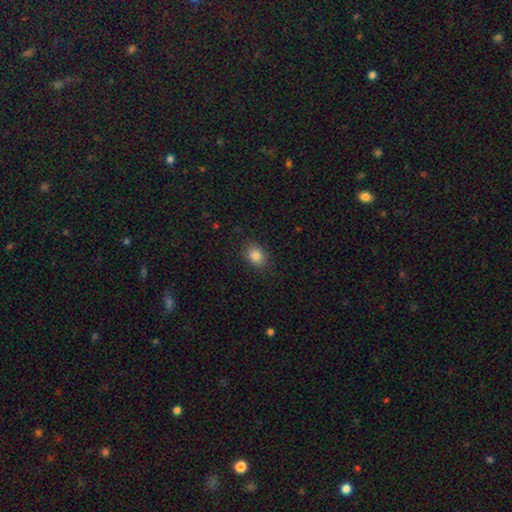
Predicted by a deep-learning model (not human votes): smooth-or-featured: smooth: 83% | star or artifact: 10% | featured or disk: 7%
  how-rounded: in between: 62% | round: 37% | cigar-shaped: 1%
  merging: none: 85% | minor disturbance: 11% | major disturbance: 3% | merger: 1%